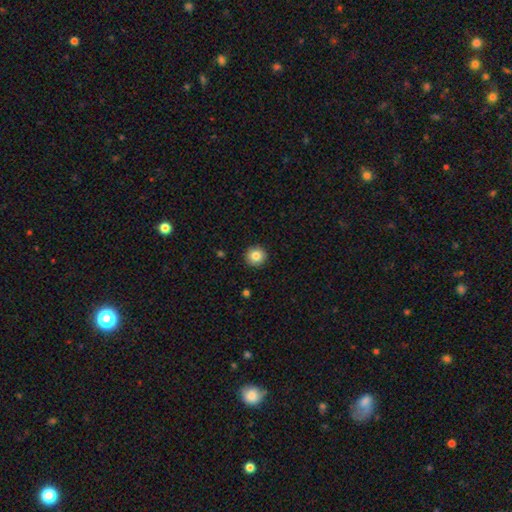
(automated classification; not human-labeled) Overall: smooth (83%). How rounded: round (95%). Merging: none (92%).